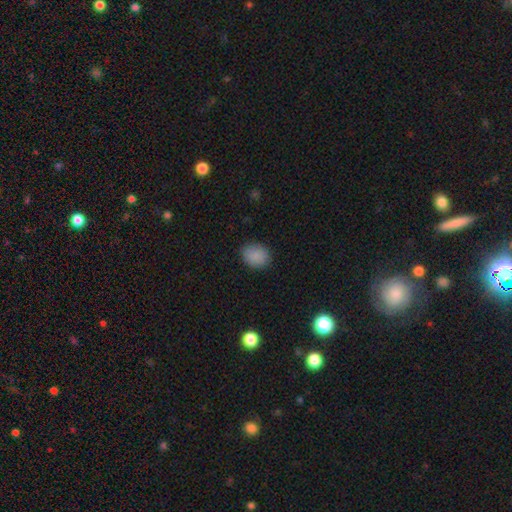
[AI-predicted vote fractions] Smooth or featured?
  - smooth: 87% *
  - star or artifact: 9%
  - featured or disk: 4%
How rounded?
  - round: 51% *
  - in between: 48%
  - cigar-shaped: 1%
Merging?
  - none: 85% *
  - minor disturbance: 12%
  - major disturbance: 3%
  - merger: 1%